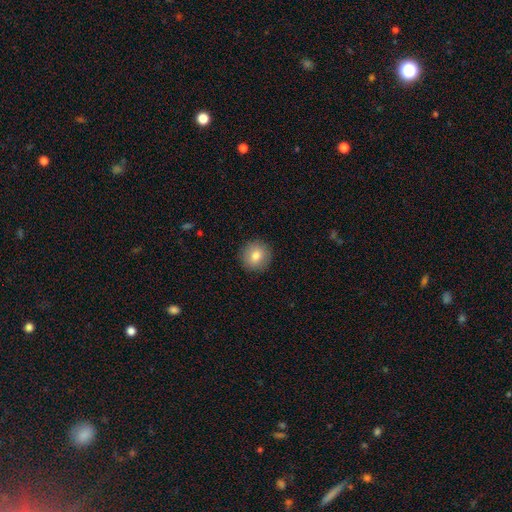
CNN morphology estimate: Smooth or featured: smooth — 80% (featured or disk — 11%)
How rounded: round — 94% (in between — 5%)
Merging: none — 91% (minor disturbance — 6%)